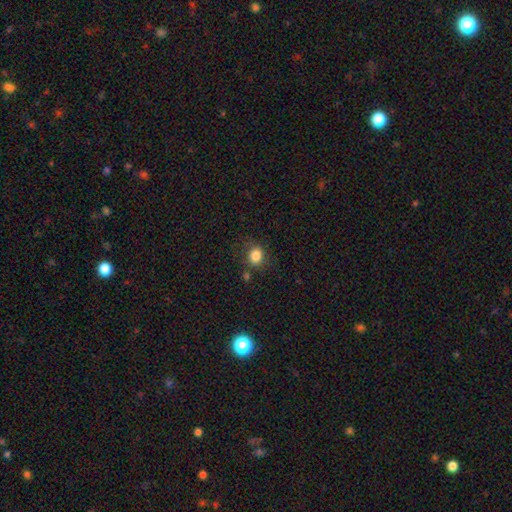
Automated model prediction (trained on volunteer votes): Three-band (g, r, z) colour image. It shows a smooth galaxy with no disk features (84%) that is round (64%). Merging: none (75%).